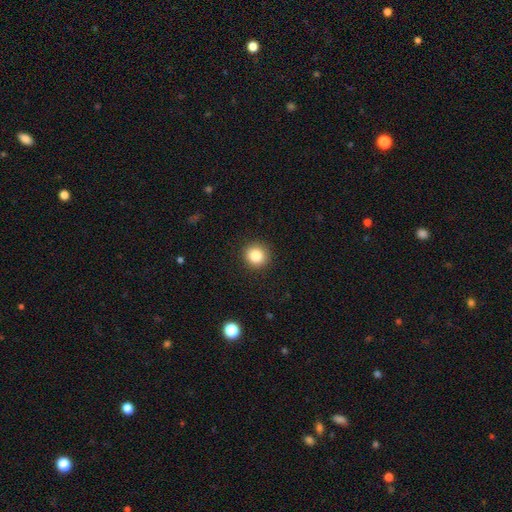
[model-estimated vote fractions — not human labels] smooth-or-featured: smooth: 86% | star or artifact: 10% | featured or disk: 4%
  how-rounded: round: 92% | in between: 7% | cigar-shaped: 1%
  merging: none: 91% | minor disturbance: 6% | major disturbance: 2% | merger: 1%